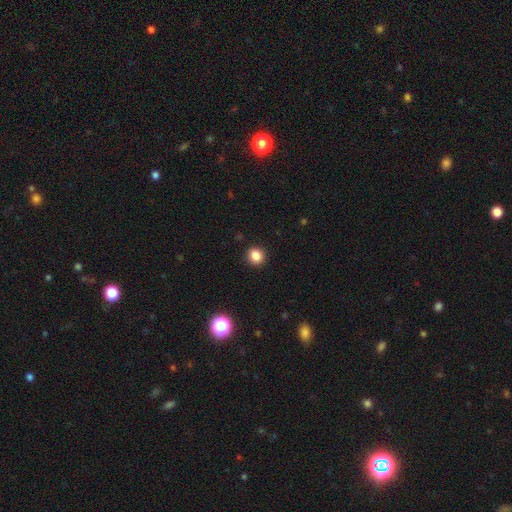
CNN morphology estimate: This is clearly a smooth galaxy (85%). How rounded: clearly round (81%). Merging: clearly none (91%).